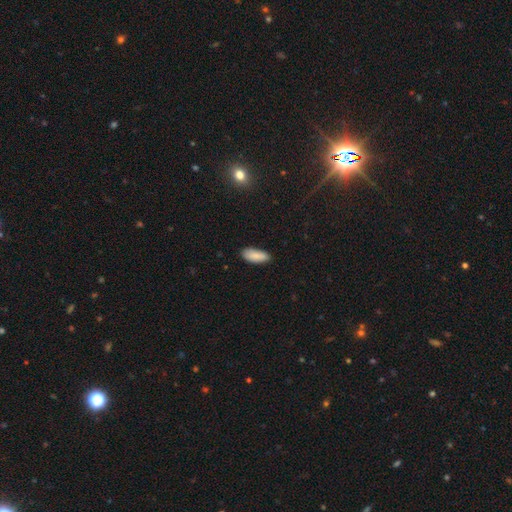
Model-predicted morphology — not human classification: A smooth galaxy with no disk features (87%) that is in between round and cigar-shaped (80%).

Vote fractions:
- Smooth or featured? smooth: 87% / star or artifact: 6% / featured or disk: 6%
- How rounded? in between: 80% / cigar-shaped: 18% / round: 2%
- Merging? none: 83% / minor disturbance: 14% / major disturbance: 2% / merger: 1%